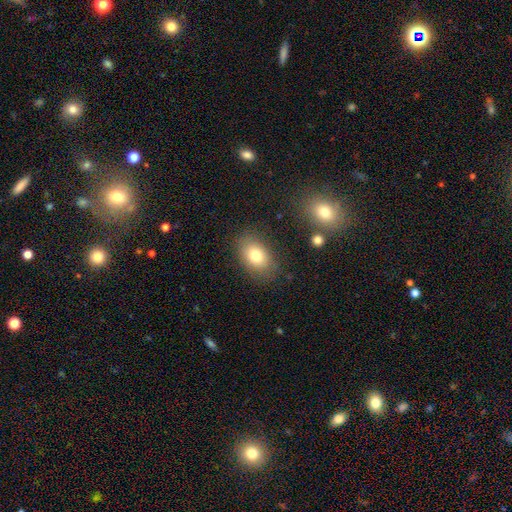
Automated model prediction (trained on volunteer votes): This is likely a smooth galaxy (78%). How rounded: clearly in between (82%). Merging: clearly none (82%).